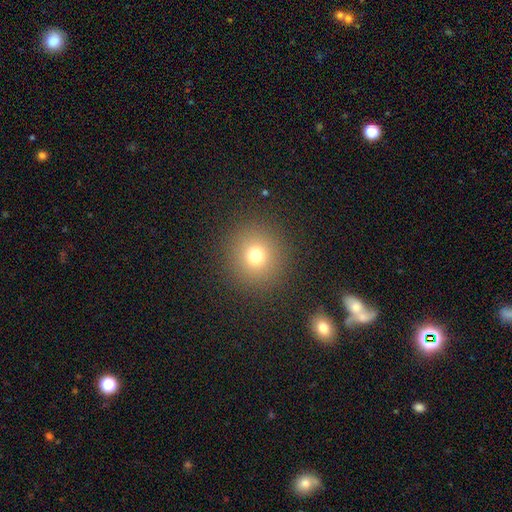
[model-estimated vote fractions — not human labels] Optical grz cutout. It shows a smooth galaxy with no disk features (73%) that is round (91%). Merging: none (90%).